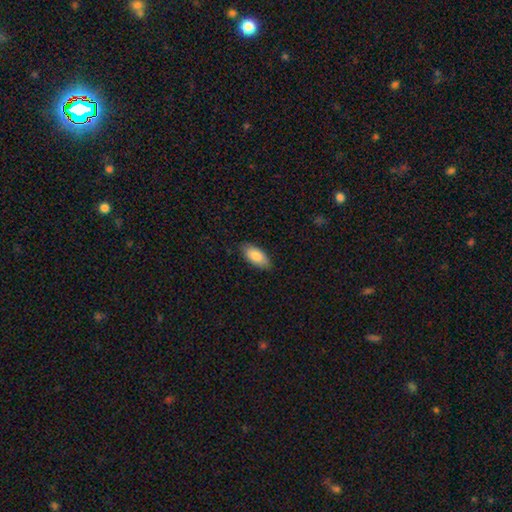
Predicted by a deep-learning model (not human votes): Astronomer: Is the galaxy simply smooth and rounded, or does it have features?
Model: smooth — 85%.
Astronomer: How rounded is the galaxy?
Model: in between — 91%.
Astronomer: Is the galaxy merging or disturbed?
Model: none — 83%.